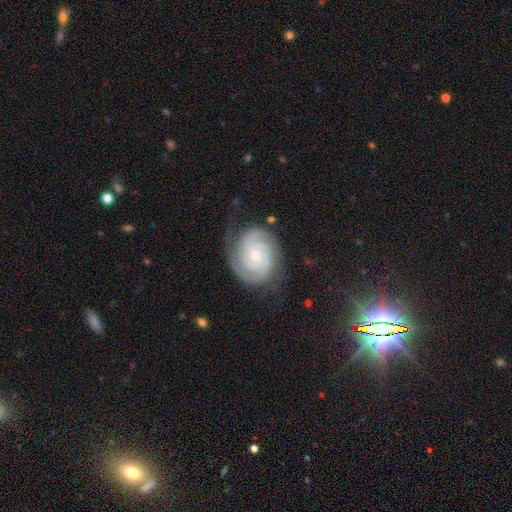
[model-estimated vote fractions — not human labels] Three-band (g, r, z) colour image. It shows a featured or disk galaxy (91%) with no bar (61%), 2 (52%) tight (77%) spiral arms (98%) and a small central bulge (60%). Merging: none (75%).